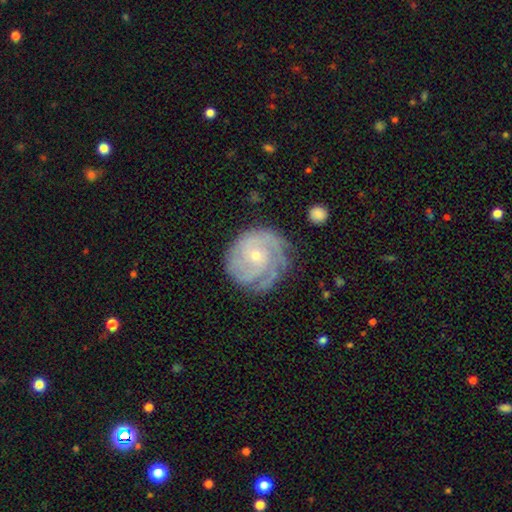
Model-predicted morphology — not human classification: Smooth or featured?
  - featured or disk: 84% *
  - smooth: 11%
  - star or artifact: 6%
Edge-on disk?
  - no: 98% *
  - yes: 2%
Bar?
  - no: 74% *
  - weak: 22%
  - strong: 4%
Spiral arms?
  - yes: 96% *
  - no: 4%
Spiral winding?
  - tight: 71% *
  - medium: 24%
  - loose: 5%
Spiral arm count?
  - 3: 33% *
  - can't tell: 25%
  - 2: 18%
  - 4: 13%
  - 1: 6%
  - more than 4: 6%
Bulge size?
  - small: 68% *
  - moderate: 29%
  - none: 1%
  - large: 1%
  - dominant: 1%
Merging?
  - none: 73% *
  - minor disturbance: 18%
  - major disturbance: 7%
  - merger: 1%